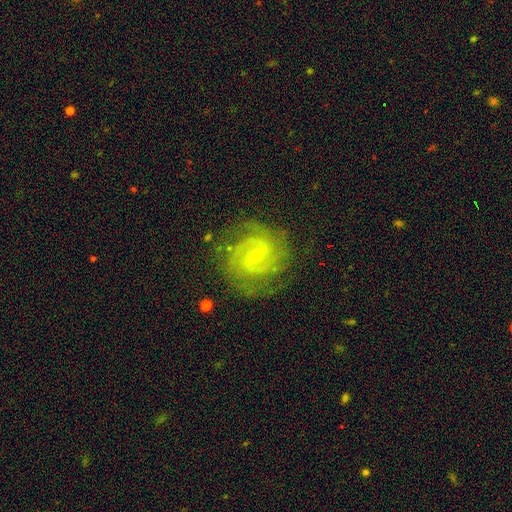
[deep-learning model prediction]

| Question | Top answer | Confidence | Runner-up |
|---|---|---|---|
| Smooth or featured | featured or disk | 89% | star or artifact (6%) |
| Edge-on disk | no | 98% | yes (2%) |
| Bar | weak | 58% | no (22%) |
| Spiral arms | yes | 98% | no (2%) |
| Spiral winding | medium | 46% | tight (45%) |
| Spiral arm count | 2 | 74% | 3 (9%) |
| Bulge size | small | 76% | moderate (19%) |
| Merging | none | 78% | minor disturbance (15%) |